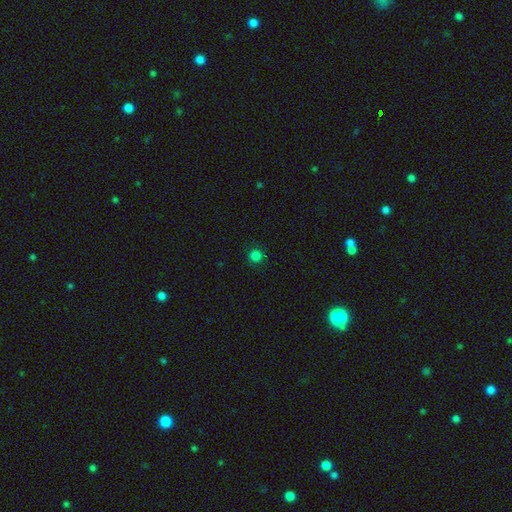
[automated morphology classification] smooth_or_featured: smooth (p=0.81) [alt: star or artifact p=0.16]
how_rounded: round (p=0.95) [alt: in between p=0.04]
merging: none (p=0.91) [alt: minor disturbance p=0.06]